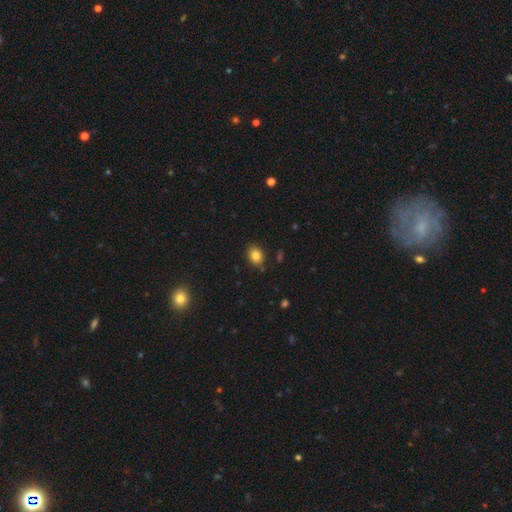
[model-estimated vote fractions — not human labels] Q: Smooth or featured?
A: smooth (83%); runner-up: star or artifact (10%)
Q: How rounded?
A: in between (63%); runner-up: round (35%)
Q: Merging?
A: none (82%); runner-up: minor disturbance (13%)